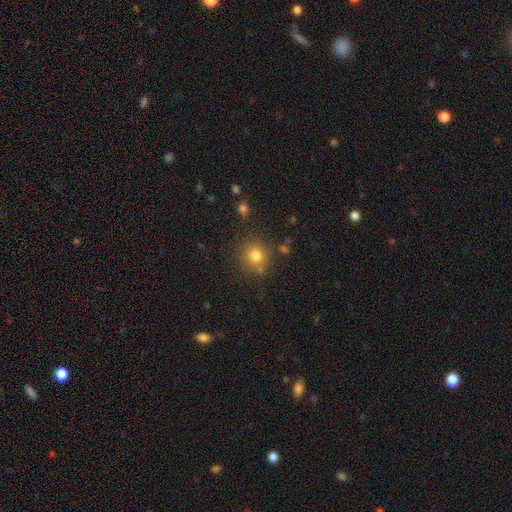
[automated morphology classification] smooth-or-featured: smooth: 79% | star or artifact: 14% | featured or disk: 8%
  how-rounded: round: 89% | in between: 10% | cigar-shaped: 1%
  merging: none: 78% | minor disturbance: 11% | merger: 8% | major disturbance: 4%